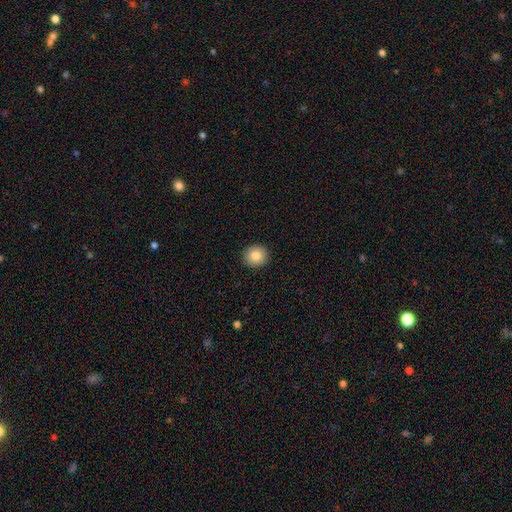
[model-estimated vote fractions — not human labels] Smooth or featured? smooth (86%)
How rounded? round (83%)
Merging? none (92%)